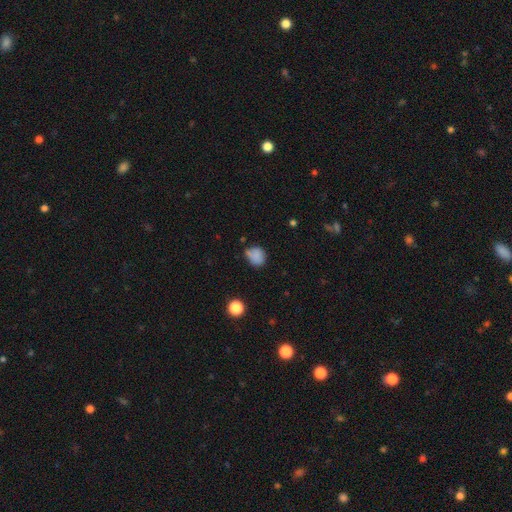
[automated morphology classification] Overall: smooth (79%). How rounded: round (64%; in between 35%). Merging: none (55%; minor disturbance 29%).